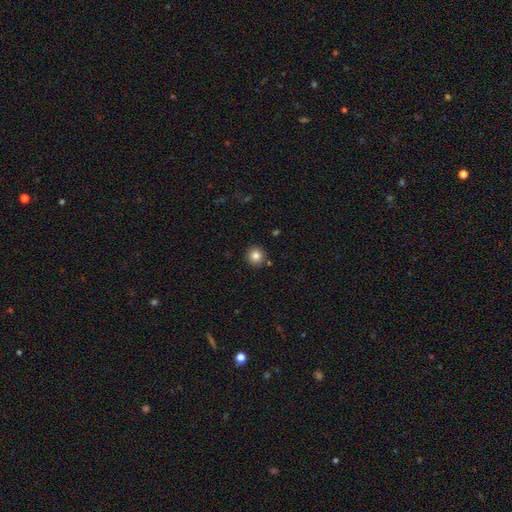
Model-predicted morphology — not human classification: A smooth galaxy with no disk features (83%) that is round (94%). Merging: none (89%).